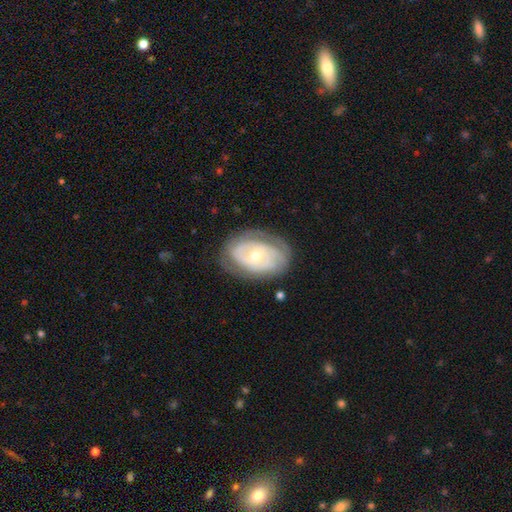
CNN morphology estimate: Overall: featured or disk (73%). Edge-on disk: no (95%). Bar: no (70%). Spiral arms: yes (76%). Spiral arm count: can't tell (47%; 2 32%). Spiral winding: tight (68%). Bulge size: small (49%; moderate 48%). Merging: none (72%).